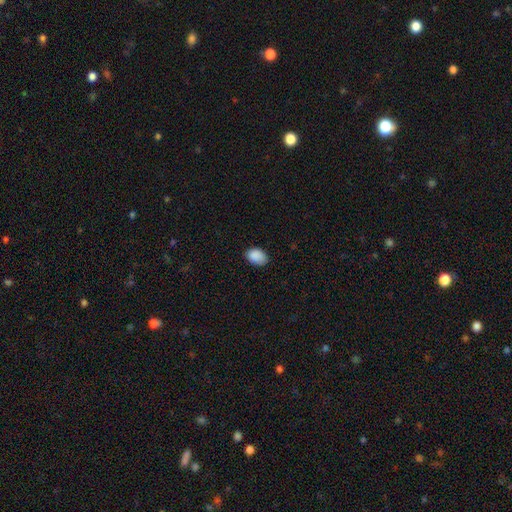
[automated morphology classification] This is clearly a smooth galaxy (89%). How rounded: clearly in between (82%). Merging: clearly none (80%).